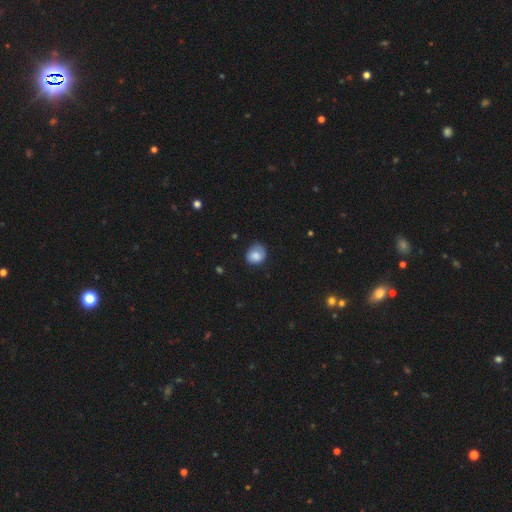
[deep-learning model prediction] smooth_or_featured: smooth (p=0.82) [alt: featured or disk p=0.10]
how_rounded: round (p=0.57) [alt: in between p=0.42]
merging: none (p=0.63) [alt: minor disturbance p=0.28]